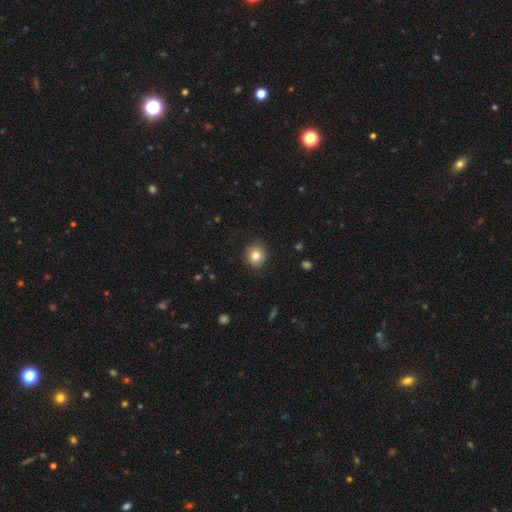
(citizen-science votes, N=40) smooth_or_featured: smooth (p=0.88) [alt: star or artifact p=0.10]
how_rounded: round (p=0.63) [alt: in between p=0.37]
merging: none (p=0.78) [alt: minor disturbance p=0.19]